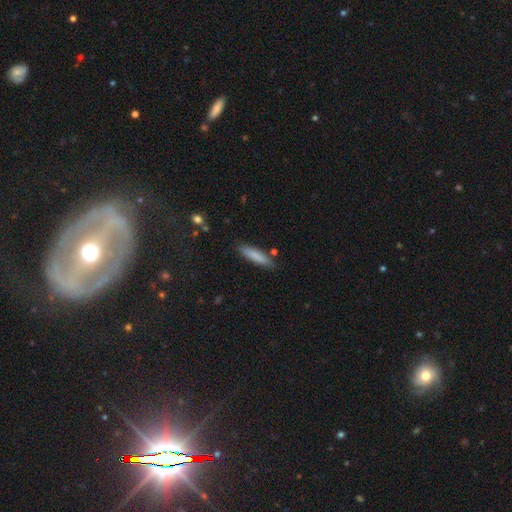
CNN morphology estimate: Smooth or featured? smooth (83%)
How rounded? cigar-shaped (82%)
Merging? none (85%)